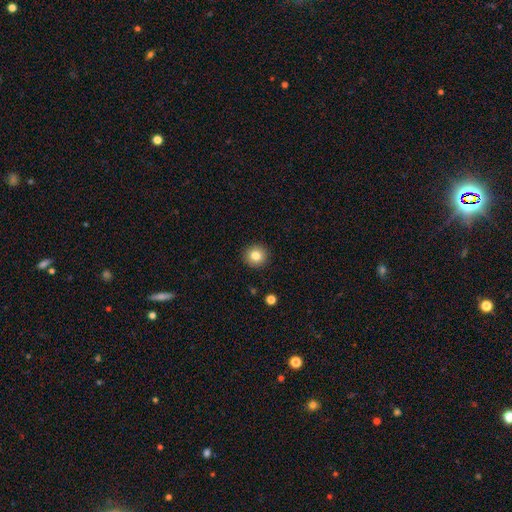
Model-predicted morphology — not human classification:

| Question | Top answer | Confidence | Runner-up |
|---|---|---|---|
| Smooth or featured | smooth | 82% | star or artifact (10%) |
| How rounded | round | 94% | in between (5%) |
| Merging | none | 92% | minor disturbance (5%) |